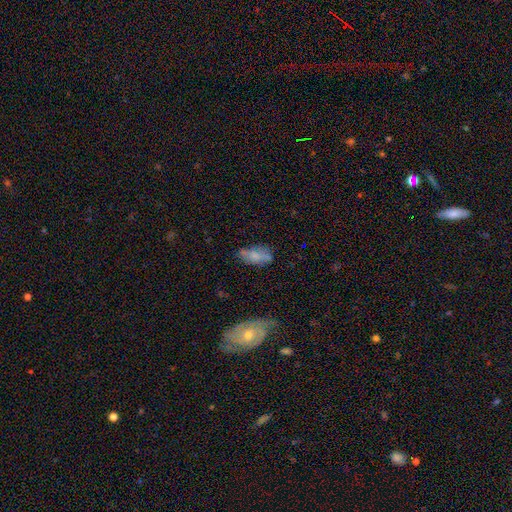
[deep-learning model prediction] Morphology: type=smooth (64%); roundness=in between (81%); merging=none (57%).